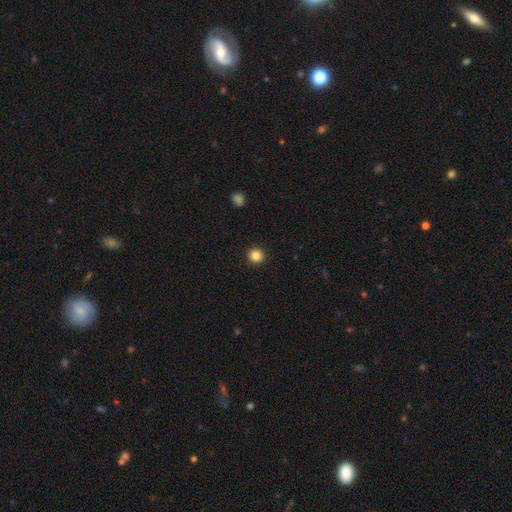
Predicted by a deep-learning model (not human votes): Morphology: type=smooth (85%); roundness=round (94%); merging=none (93%).